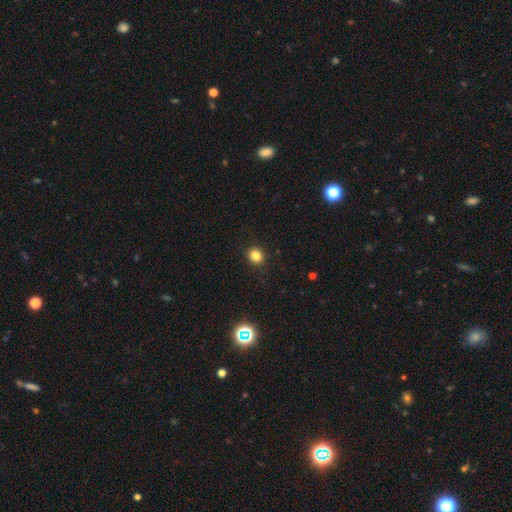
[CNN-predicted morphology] The model was most divided on "how rounded": round: 84%, in between: 15%, cigar-shaped: 1%. More confident: merging — none (92%); smooth or featured — smooth (82%).